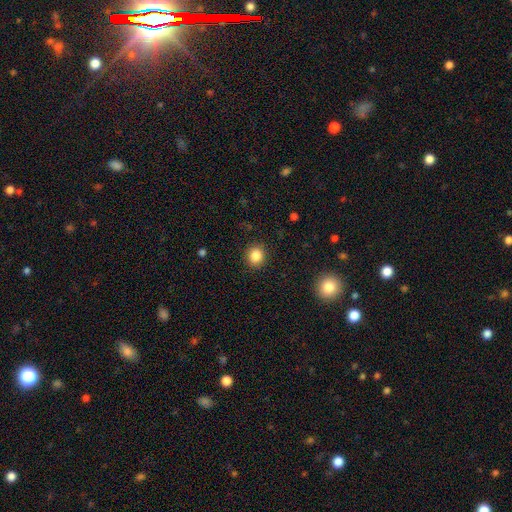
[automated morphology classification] Overall: smooth (86%). How rounded: round (84%). Merging: none (91%).